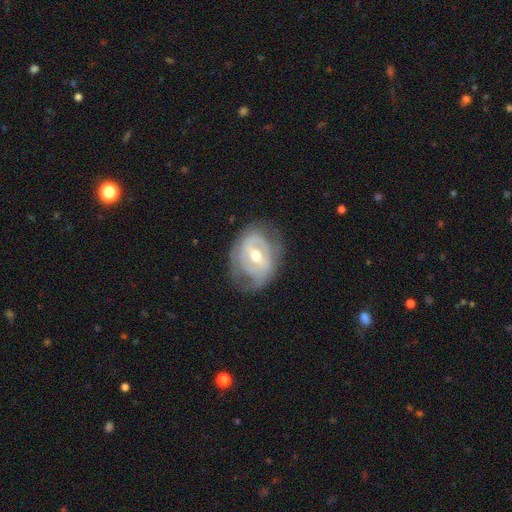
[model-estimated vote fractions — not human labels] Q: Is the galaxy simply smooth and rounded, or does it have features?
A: featured or disk — 75%.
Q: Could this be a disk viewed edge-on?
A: no — 96%.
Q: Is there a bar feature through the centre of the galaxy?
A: weak — 46%.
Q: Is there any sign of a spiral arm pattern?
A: yes — 70%.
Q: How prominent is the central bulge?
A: moderate — 71%.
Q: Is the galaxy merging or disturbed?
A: none — 61%.